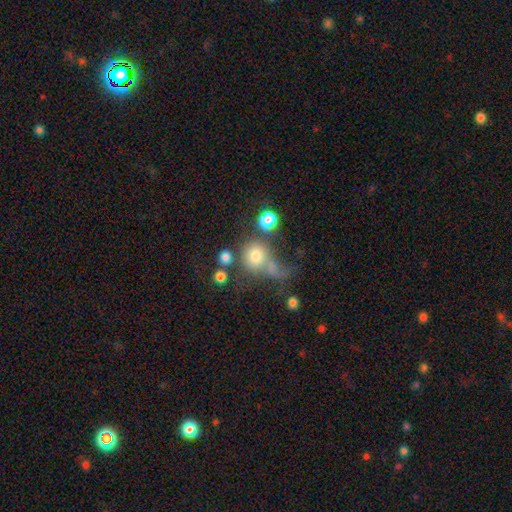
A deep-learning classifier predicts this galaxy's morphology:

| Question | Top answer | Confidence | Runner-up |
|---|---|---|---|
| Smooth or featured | smooth | 71% | star or artifact (15%) |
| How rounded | round | 79% | in between (20%) |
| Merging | none | 35% | merger (32%) |